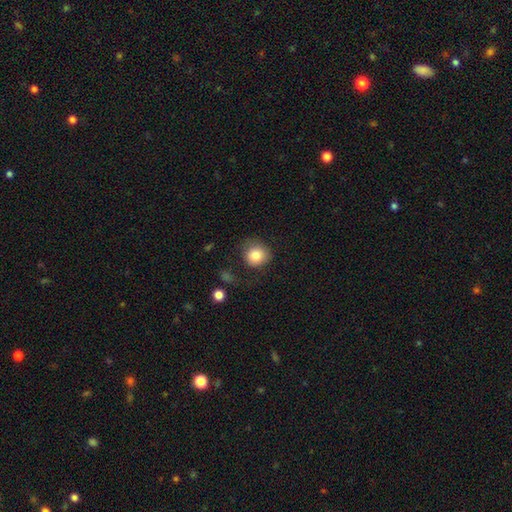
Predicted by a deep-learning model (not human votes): smooth-or-featured: smooth: 82% | star or artifact: 9% | featured or disk: 9%
  how-rounded: round: 89% | in between: 10% | cigar-shaped: 1%
  merging: none: 68% | minor disturbance: 20% | major disturbance: 10% | merger: 2%